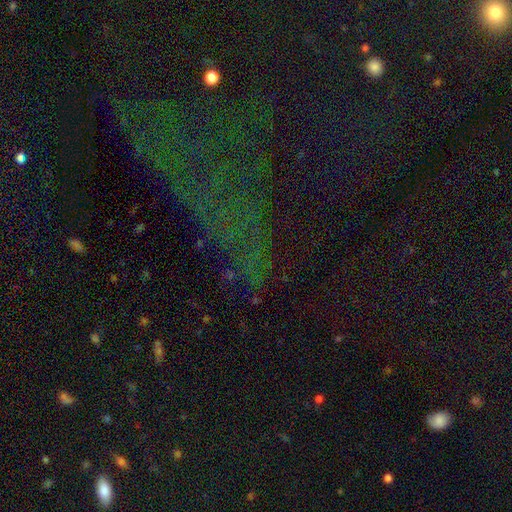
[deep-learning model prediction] Smooth or featured? star or artifact (74%)